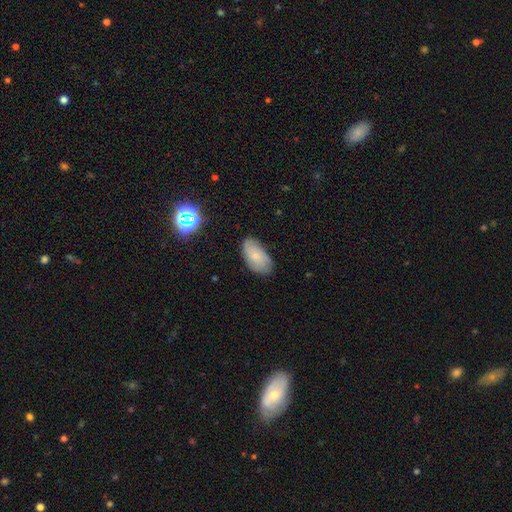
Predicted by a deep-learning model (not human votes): A smooth galaxy with no disk features (64%) that is in between round and cigar-shaped (93%).

Vote fractions:
- Smooth or featured? smooth: 64% / featured or disk: 27% / star or artifact: 10%
- How rounded? in between: 93% / round: 4% / cigar-shaped: 3%
- Merging? none: 74% / minor disturbance: 20% / major disturbance: 4% / merger: 1%